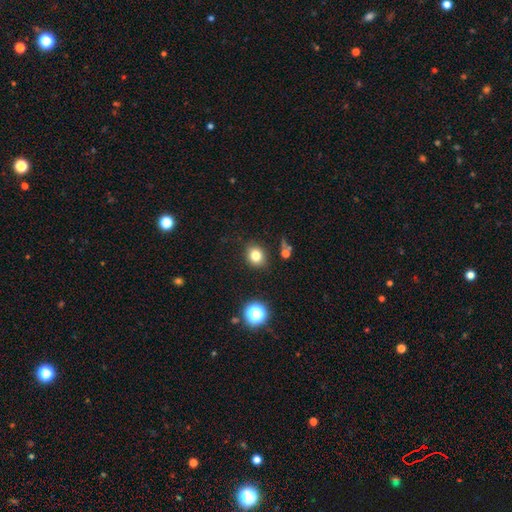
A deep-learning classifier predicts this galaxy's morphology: smooth_or_featured: smooth (p=0.80) [alt: star or artifact p=0.13]
how_rounded: round (p=0.66) [alt: in between p=0.33]
merging: none (p=0.85) [alt: minor disturbance p=0.10]